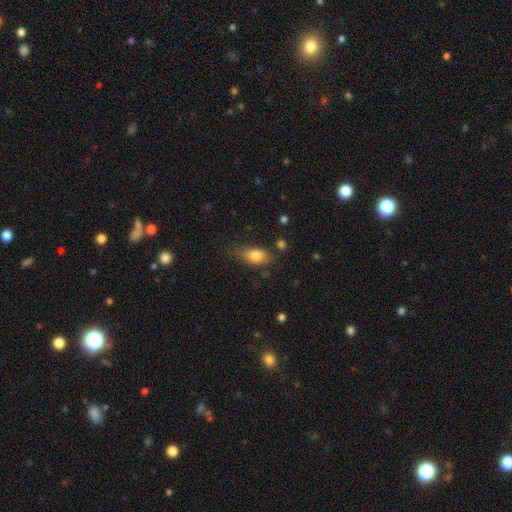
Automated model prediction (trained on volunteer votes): The model was most divided on "merging": none: 65%, minor disturbance: 25%, major disturbance: 7%, merger: 3%. More confident: how rounded — in between (83%); smooth or featured — smooth (79%).